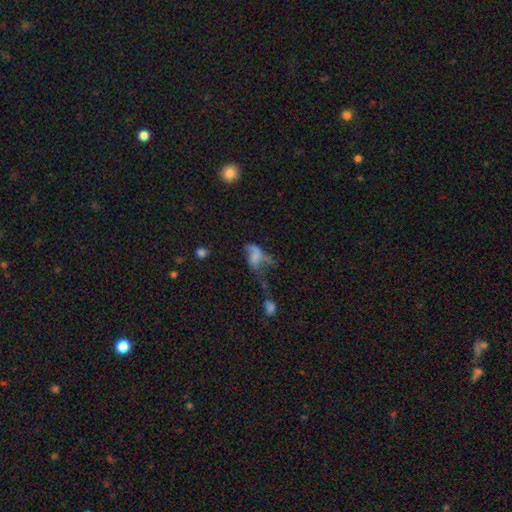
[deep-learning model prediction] This appears to be a smooth galaxy with no disk features (52%) that is in between round and cigar-shaped (84%). Merging: major disturbance (46%).